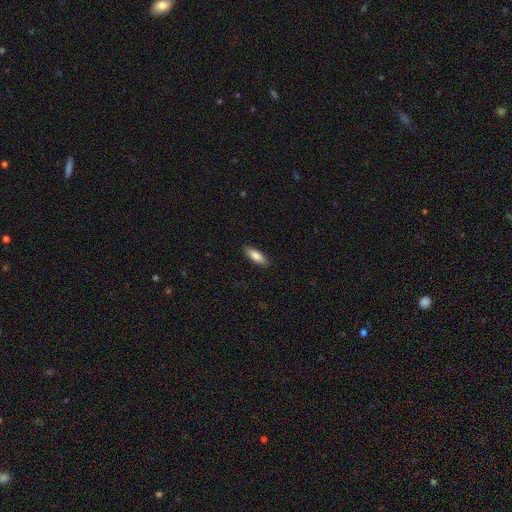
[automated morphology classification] The model was most divided on "how rounded": in between: 65%, cigar-shaped: 33%, round: 2%. More confident: merging — none (88%); smooth or featured — smooth (83%).